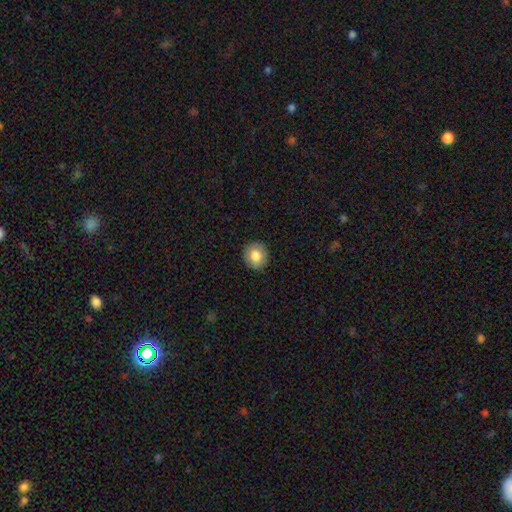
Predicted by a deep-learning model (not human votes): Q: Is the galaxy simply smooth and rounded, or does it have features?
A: smooth — 79%.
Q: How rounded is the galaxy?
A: round — 83%.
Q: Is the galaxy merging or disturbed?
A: none — 89%.